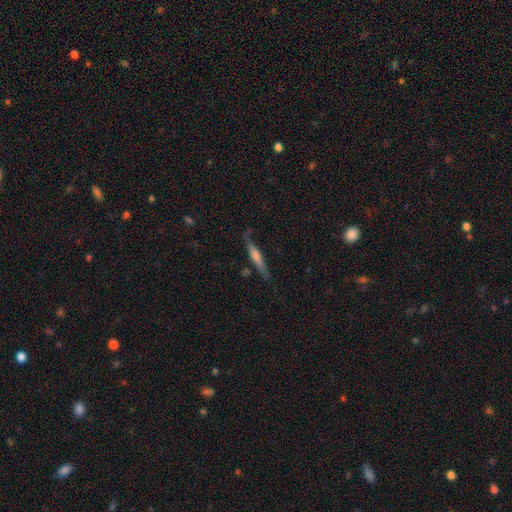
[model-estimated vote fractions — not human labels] smooth_or_featured: featured or disk (p=0.63) [alt: smooth p=0.29]
disk_edge_on: yes (p=0.95) [alt: no p=0.05]
edge_on_bulge: rounded (p=0.49) [alt: none p=0.30]
merging: none (p=0.80) [alt: minor disturbance p=0.14]